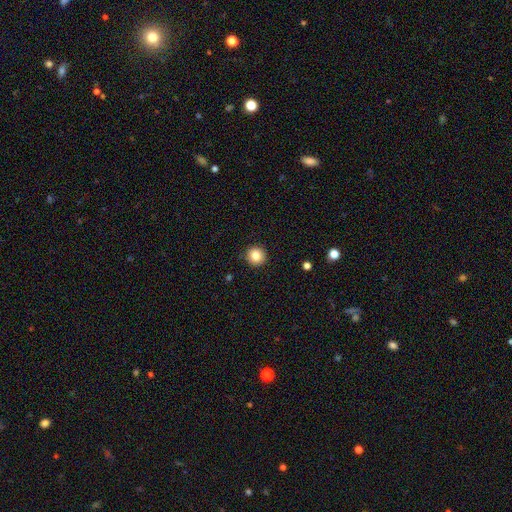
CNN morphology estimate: Smooth or featured? Predicted: smooth (p=0.83). How rounded? Predicted: round (p=0.95). Merging? Predicted: none (p=0.93).